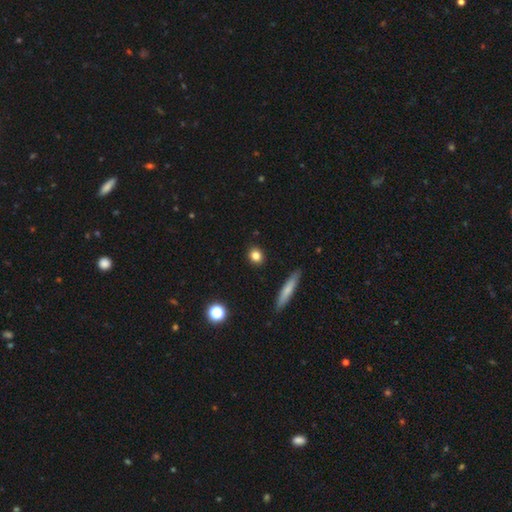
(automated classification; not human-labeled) Q: Smooth or featured?
A: smooth (81%); runner-up: star or artifact (10%)
Q: How rounded?
A: round (72%); runner-up: in between (23%)
Q: Merging?
A: none (90%); runner-up: minor disturbance (6%)